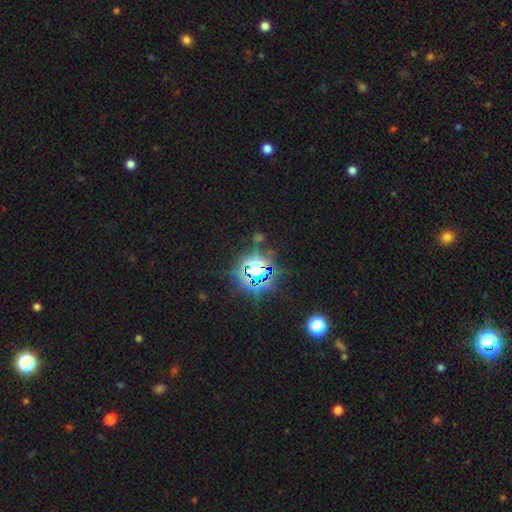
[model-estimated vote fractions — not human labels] This appears to be a star or artifact, not a galaxy (79%).